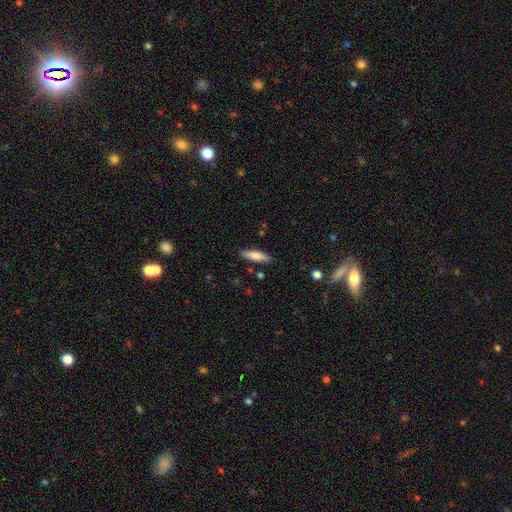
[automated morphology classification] This appears to be a smooth galaxy with no disk features (76%) that is cigar-shaped (58%). Merging: none (86%).